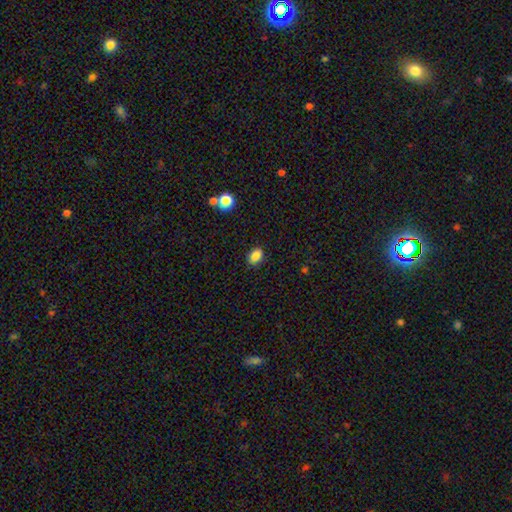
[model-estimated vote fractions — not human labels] Smooth or featured? smooth (86%)
How rounded? in between (78%)
Merging? none (86%)